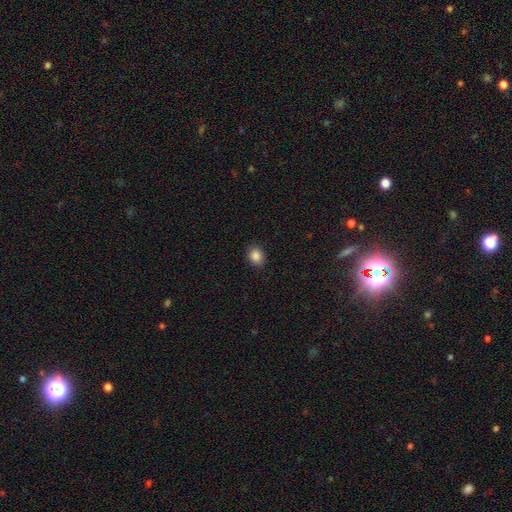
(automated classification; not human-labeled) This appears to be a smooth galaxy with no disk features (87%) that is round (50%). Merging: none (88%).